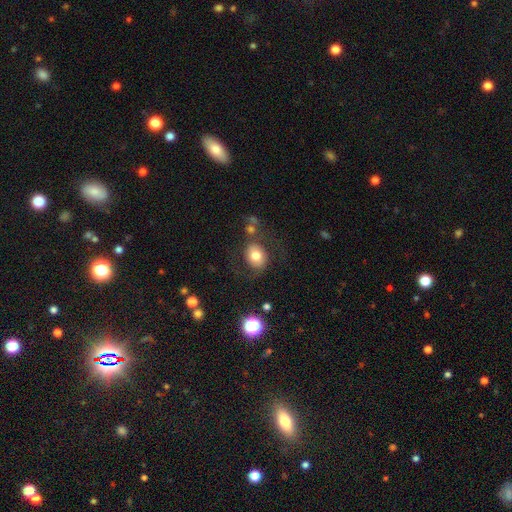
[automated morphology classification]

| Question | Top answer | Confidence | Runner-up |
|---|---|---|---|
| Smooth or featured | smooth | 72% | featured or disk (19%) |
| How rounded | round | 57% | in between (42%) |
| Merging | none | 64% | minor disturbance (16%) |